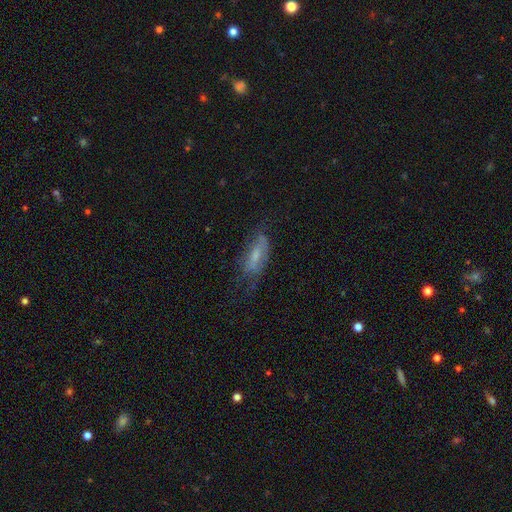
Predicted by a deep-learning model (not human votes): This appears to be a featured or disk galaxy (47%). Merging: none (53%).